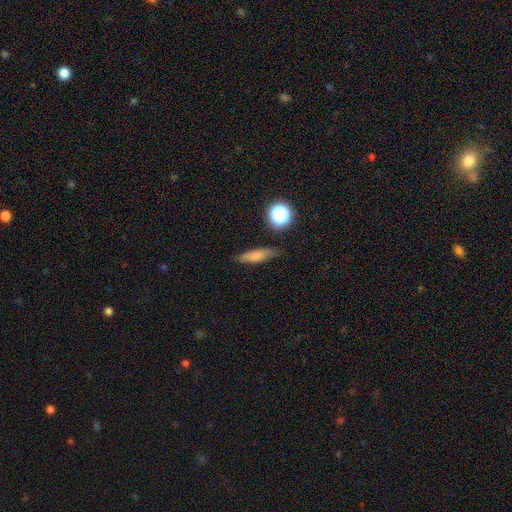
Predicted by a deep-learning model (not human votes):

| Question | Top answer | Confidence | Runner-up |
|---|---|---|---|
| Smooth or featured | smooth | 72% | featured or disk (17%) |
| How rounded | cigar-shaped | 63% | in between (31%) |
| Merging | none | 75% | minor disturbance (18%) |